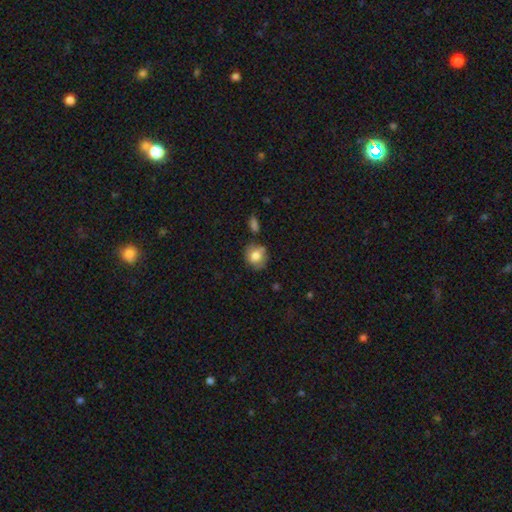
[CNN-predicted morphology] The model was most divided on "merging": none: 71%, minor disturbance: 19%, merger: 6%, major disturbance: 5%. More confident: how rounded — round (76%); smooth or featured — smooth (75%).